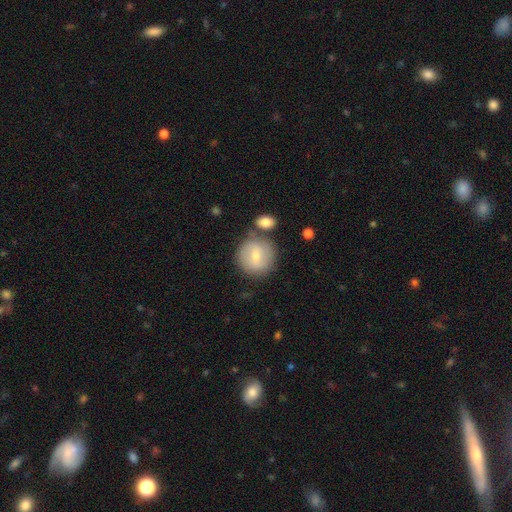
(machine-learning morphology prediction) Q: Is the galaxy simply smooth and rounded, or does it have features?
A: smooth — 65%.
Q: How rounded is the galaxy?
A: round — 90%.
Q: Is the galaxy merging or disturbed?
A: none — 64%.